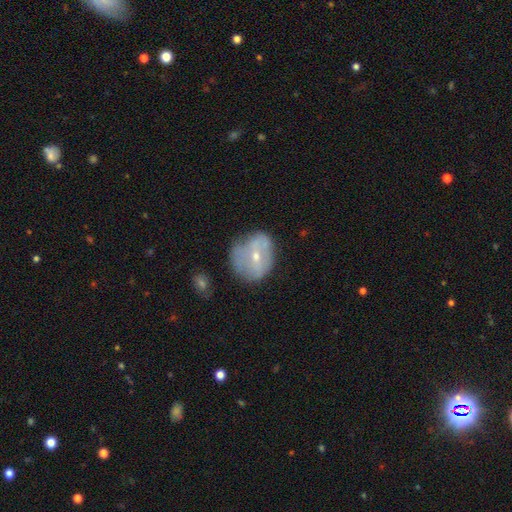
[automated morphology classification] A featured or disk galaxy (50%). Merging: none (50%).